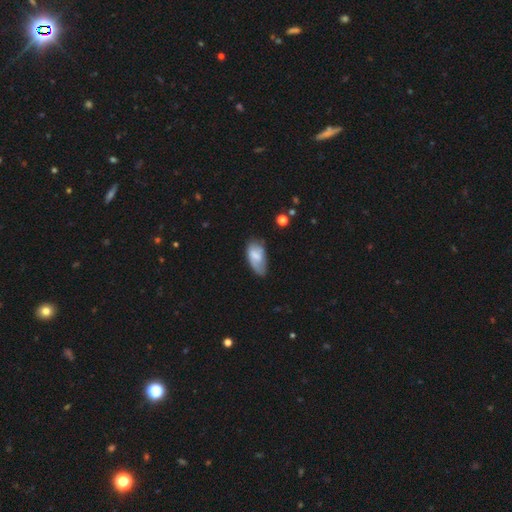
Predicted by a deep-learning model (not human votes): Morphology: type=smooth (69%); roundness=in between (92%); merging=none (47%).